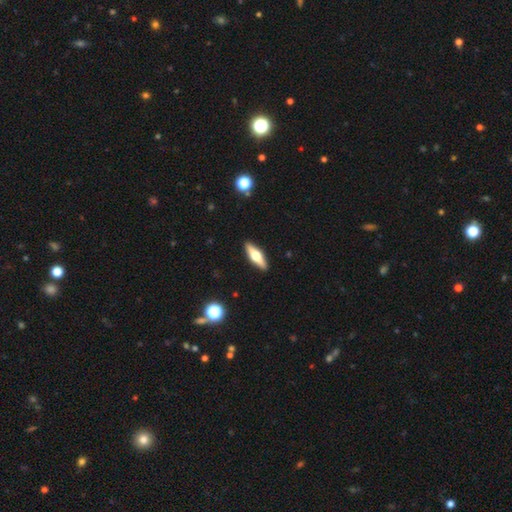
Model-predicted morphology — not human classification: type=featured or disk (54%); edge-on=yes (93%); edge-on bulge=rounded (94%); merging=none (90%).